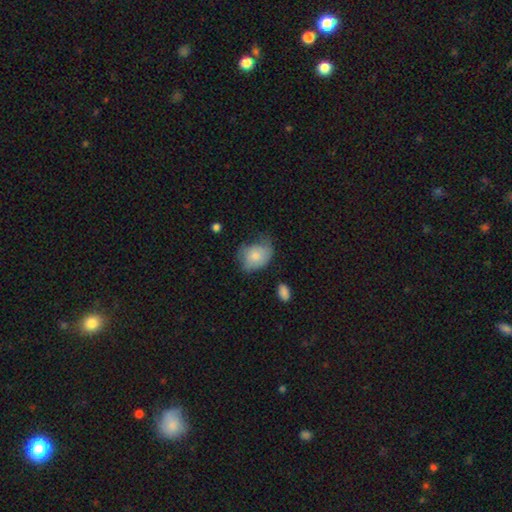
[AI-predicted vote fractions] A smooth galaxy with no disk features (72%) that is in between round and cigar-shaped (64%).

Vote fractions:
- Smooth or featured? smooth: 72% / featured or disk: 21% / star or artifact: 7%
- How rounded? in between: 64% / round: 35% / cigar-shaped: 1%
- Merging? minor disturbance: 39% / none: 36% / major disturbance: 22% / merger: 3%